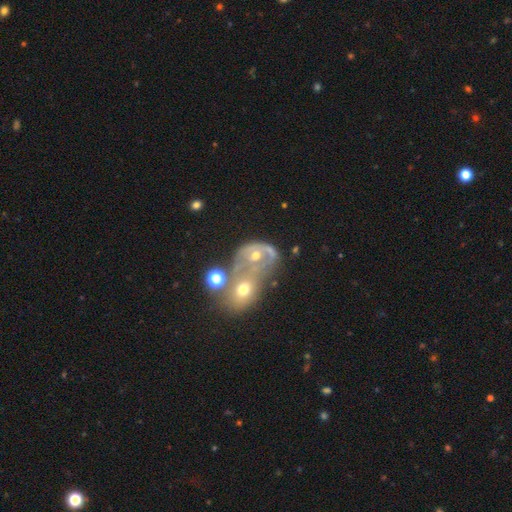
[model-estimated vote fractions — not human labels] smooth-or-featured: featured or disk: 51% | smooth: 32% | star or artifact: 17%
  disk-edge-on: no: 96% | yes: 4%
  merging: merger: 70% | major disturbance: 13% | none: 10% | minor disturbance: 6%